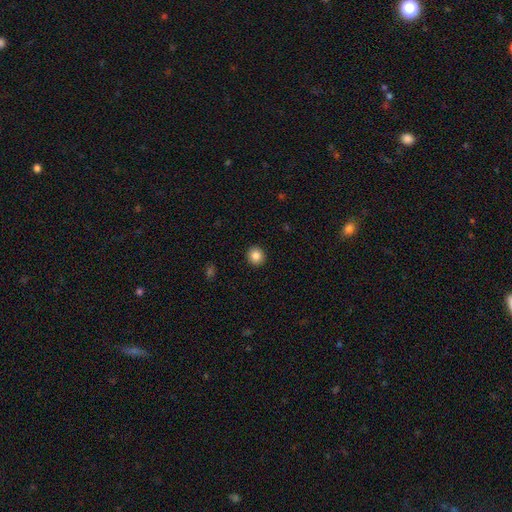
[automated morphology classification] Smooth or featured? Predicted: smooth (p=0.86). How rounded? Predicted: round (p=0.90). Merging? Predicted: none (p=0.93).